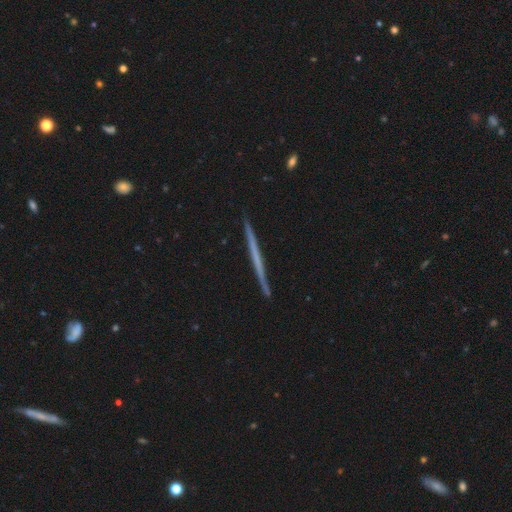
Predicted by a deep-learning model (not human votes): smooth-or-featured: featured or disk: 59% | smooth: 36% | star or artifact: 5%
  disk-edge-on: yes: 98% | no: 2%
    edge-on-bulge: none: 91% | rounded: 6% | boxy: 3%
  merging: none: 92% | minor disturbance: 6% | merger: 1% | major disturbance: 1%